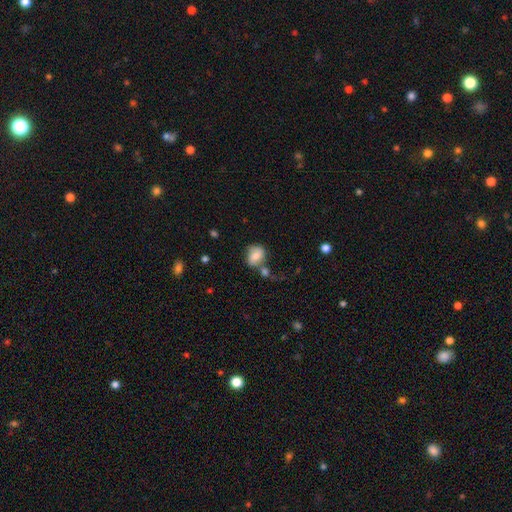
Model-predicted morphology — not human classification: A smooth galaxy with no disk features (69%) that is in between round and cigar-shaped (53%).

Vote fractions:
- Smooth or featured? smooth: 69% / featured or disk: 22% / star or artifact: 9%
- How rounded? in between: 53% / round: 46% / cigar-shaped: 1%
- Merging? none: 50% / merger: 22% / minor disturbance: 20% / major disturbance: 8%